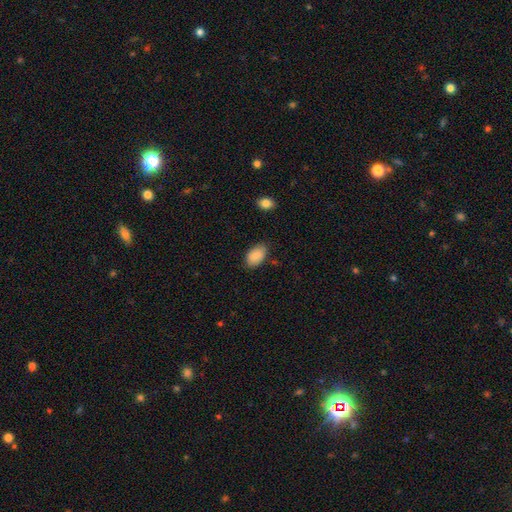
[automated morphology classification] Overall: smooth (89%). How rounded: in between (92%). Merging: none (81%).